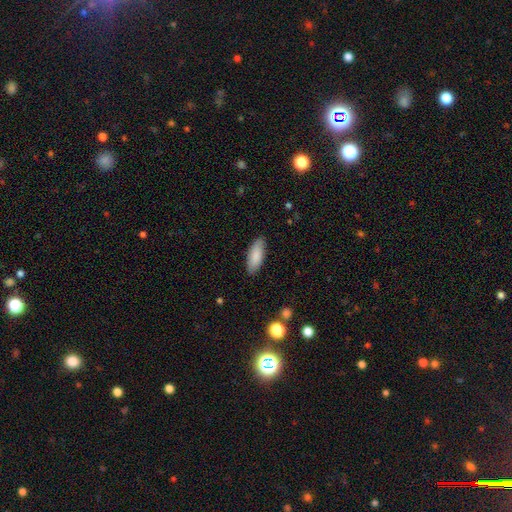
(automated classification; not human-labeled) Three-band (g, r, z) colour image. It shows a smooth galaxy with no disk features (87%) that is in between round and cigar-shaped (70%). Merging: none (86%).